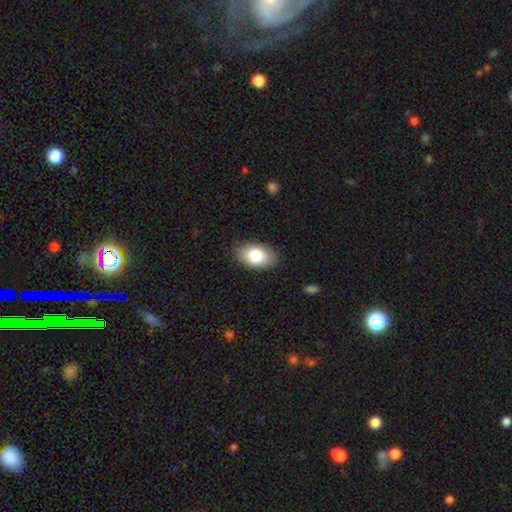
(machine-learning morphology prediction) smooth_or_featured: smooth (p=0.81) [alt: featured or disk p=0.12]
how_rounded: in between (p=0.90) [alt: round p=0.09]
merging: none (p=0.86) [alt: minor disturbance p=0.11]